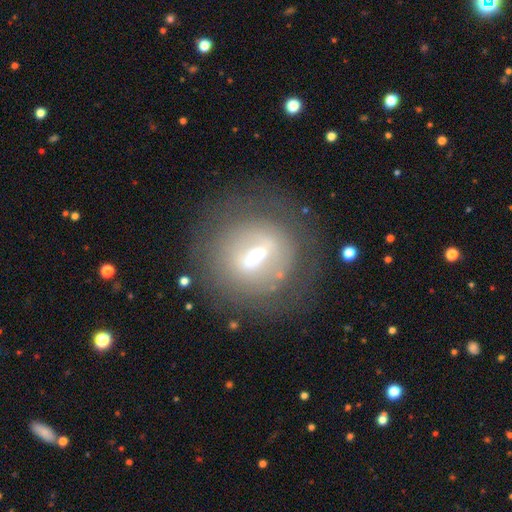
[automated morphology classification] A featured or disk galaxy (64%) with a strong bar (45%), no spiral arms (62%) and a small central bulge (52%).

Vote fractions:
- Smooth or featured? featured or disk: 64% / smooth: 26% / star or artifact: 10%
- Edge-on disk? no: 88% / yes: 12%
- Bar? strong: 45% / weak: 41% / no: 15%
- Spiral arms? no: 62% / yes: 38%
- Bulge size? small: 52% / moderate: 41% / large: 4% / dominant: 2% / none: 1%
- Merging? none: 72% / minor disturbance: 15% / major disturbance: 11% / merger: 2%